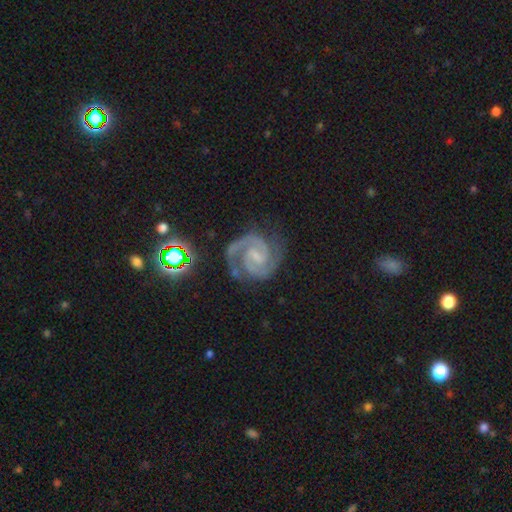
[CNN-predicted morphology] The model was most divided on "spiral winding": tight: 50%, medium: 45%, loose: 5%. Remaining: spiral arms — yes (99%); edge-on disk — no (98%); smooth or featured — featured or disk (91%); spiral arm count — 2 (90%); merging — none (75%); bar — weak (54%); bulge size — small (49%).